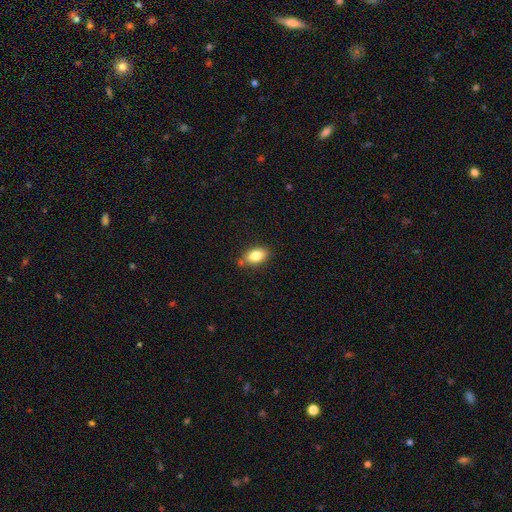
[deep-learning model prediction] Smooth or featured? smooth (82%)
How rounded? in between (88%)
Merging? none (78%)